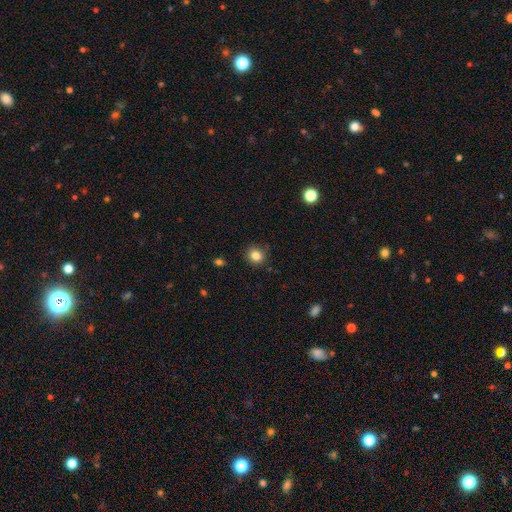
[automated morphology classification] Smooth or featured? smooth (83%)
How rounded? round (86%)
Merging? none (87%)